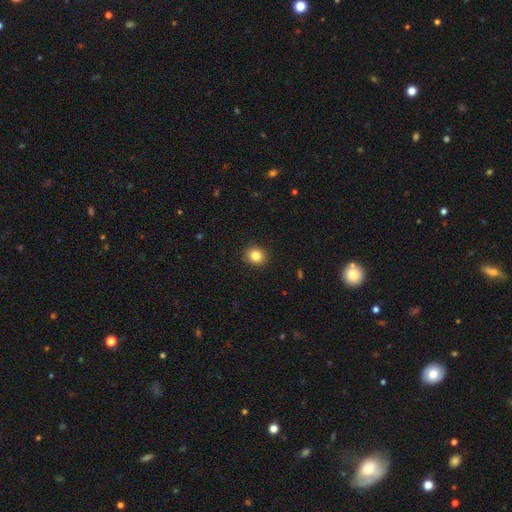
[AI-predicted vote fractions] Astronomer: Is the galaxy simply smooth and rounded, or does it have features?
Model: smooth — 83%.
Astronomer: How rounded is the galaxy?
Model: round — 83%.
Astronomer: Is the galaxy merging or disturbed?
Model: none — 92%.